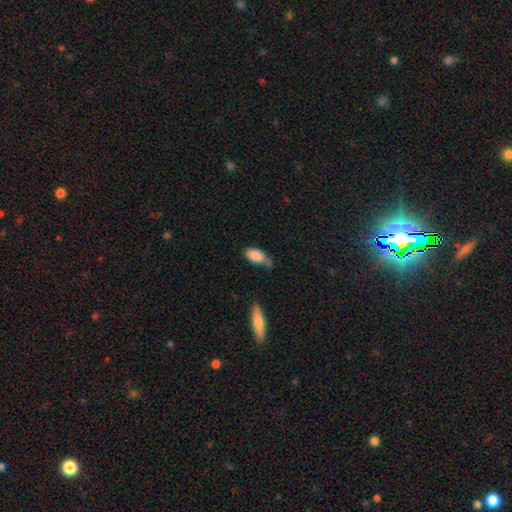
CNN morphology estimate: This appears to be a smooth galaxy with no disk features (86%) that is in between round and cigar-shaped (91%). Merging: none (44%).